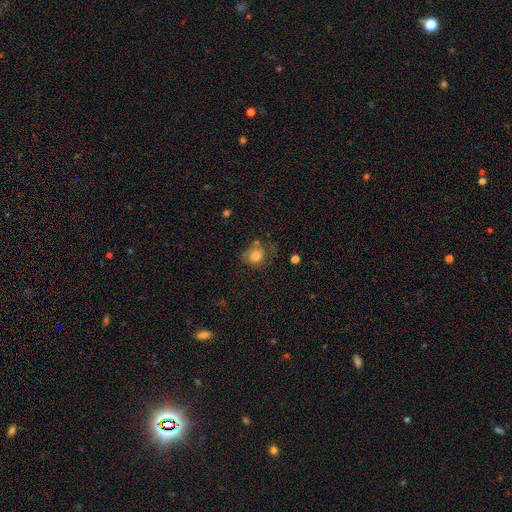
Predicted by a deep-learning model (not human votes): Smooth or featured? Predicted: smooth (p=0.78). How rounded? Predicted: round (p=0.66). Merging? Predicted: none (p=0.52).